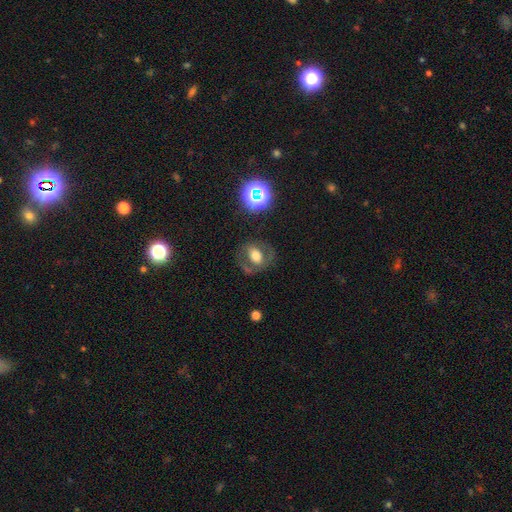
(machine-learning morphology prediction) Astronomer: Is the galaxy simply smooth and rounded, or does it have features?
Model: featured or disk — 45% (runner-up: smooth, 42%).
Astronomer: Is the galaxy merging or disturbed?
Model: none — 70%.